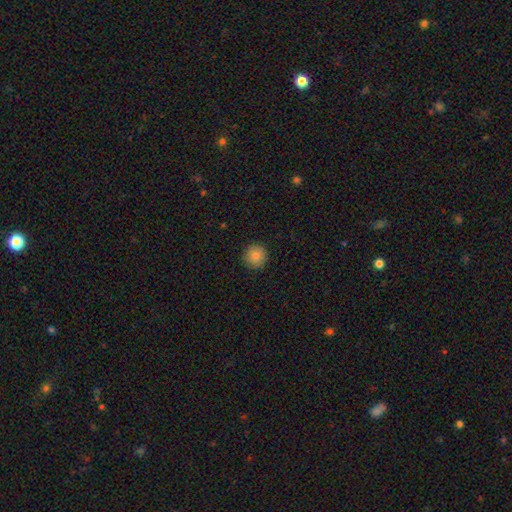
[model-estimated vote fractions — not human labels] This is clearly a smooth galaxy (82%). How rounded: clearly round (95%). Merging: clearly none (91%).